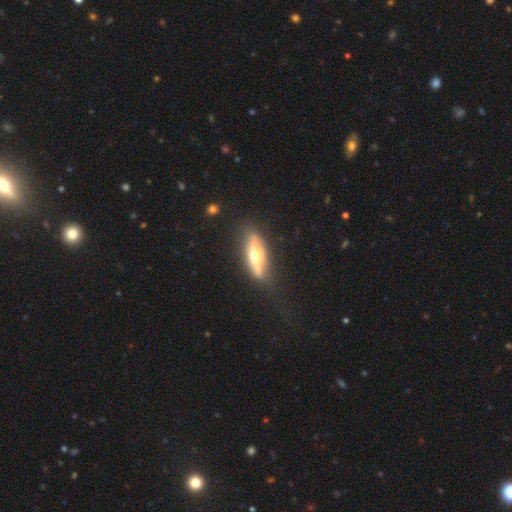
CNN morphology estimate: type=featured or disk (54%); edge-on=yes (72%); merging=none (71%).